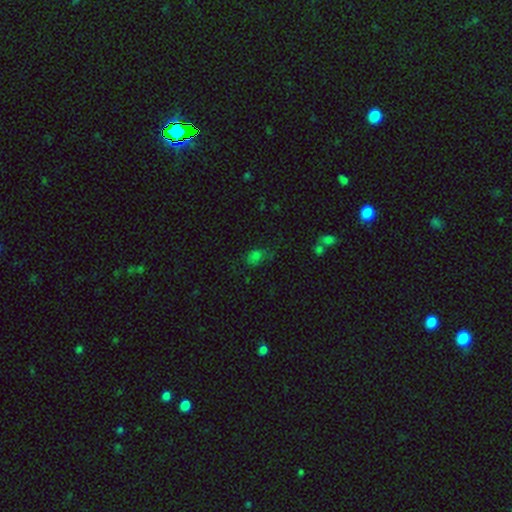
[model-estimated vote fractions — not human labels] This is likely a smooth galaxy (67%). How rounded: likely in between (72%). Merging: possibly none (57%).